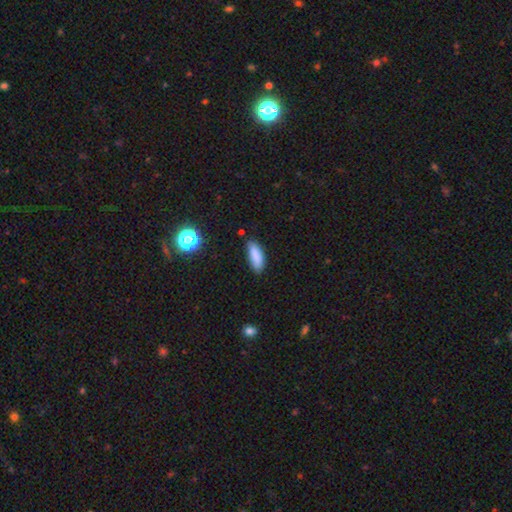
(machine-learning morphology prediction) Overall: smooth (86%). How rounded: in between (67%; cigar-shaped 30%). Merging: none (79%).